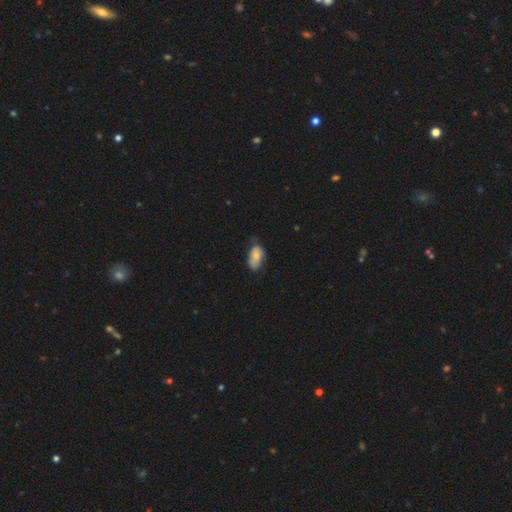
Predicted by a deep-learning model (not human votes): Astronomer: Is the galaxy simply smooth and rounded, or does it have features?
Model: smooth — 74%.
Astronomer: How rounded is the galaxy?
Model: in between — 93%.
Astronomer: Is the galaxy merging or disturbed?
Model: none — 51% (runner-up: minor disturbance, 37%).